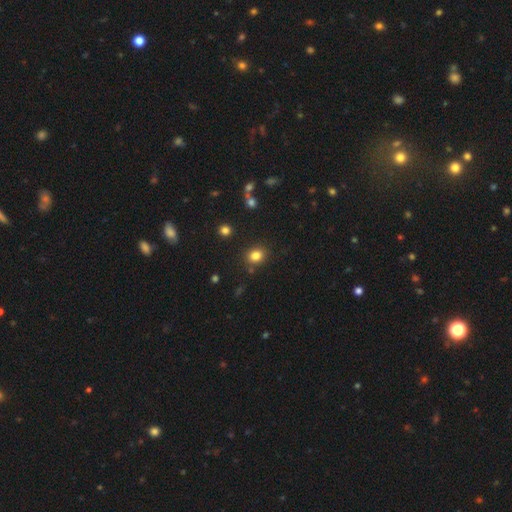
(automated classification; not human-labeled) A smooth galaxy with no disk features (82%) that is round (69%).

Vote fractions:
- Smooth or featured? smooth: 82% / star or artifact: 12% / featured or disk: 6%
- How rounded? round: 69% / in between: 31% / cigar-shaped: 1%
- Merging? none: 83% / minor disturbance: 9% / merger: 4% / major disturbance: 3%